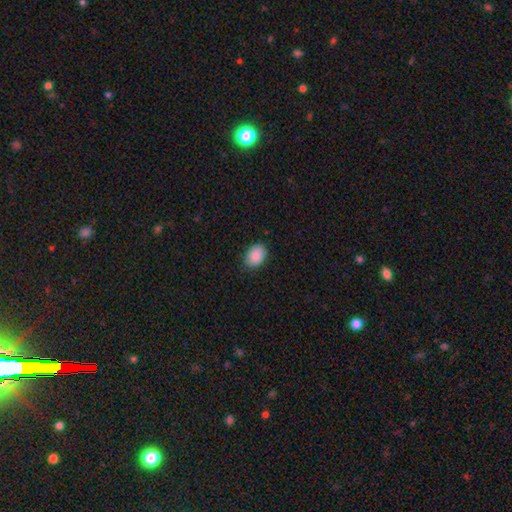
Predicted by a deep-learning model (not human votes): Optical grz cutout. It shows a smooth galaxy with no disk features (89%) that is in between round and cigar-shaped (78%). Merging: none (83%).